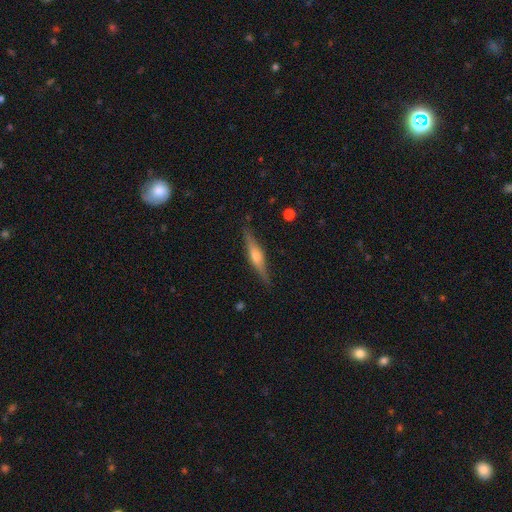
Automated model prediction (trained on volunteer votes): Smooth or featured: featured or disk — 74% (smooth — 20%)
Edge-on disk: yes — 97% (no — 3%)
Edge-on bulge: rounded — 84% (boxy — 12%)
Merging: none — 89% (minor disturbance — 8%)